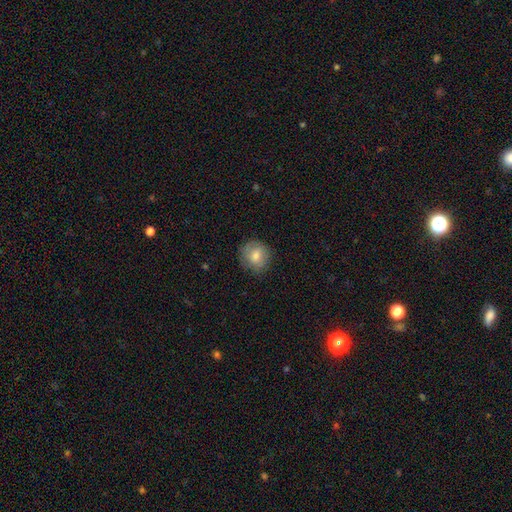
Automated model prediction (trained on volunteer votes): smooth 71%, featured or disk 20%, star or artifact 9%. Down the decision tree: how rounded — round (86%); merging — none (81%).